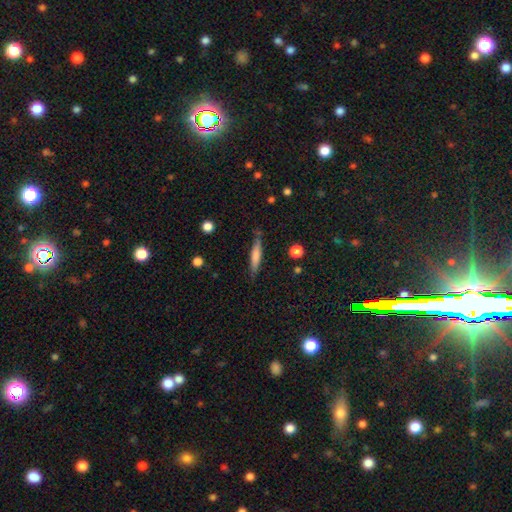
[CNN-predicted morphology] smooth 65%, featured or disk 28%, star or artifact 6%. Down the decision tree: how rounded — cigar-shaped (89%); merging — none (81%).